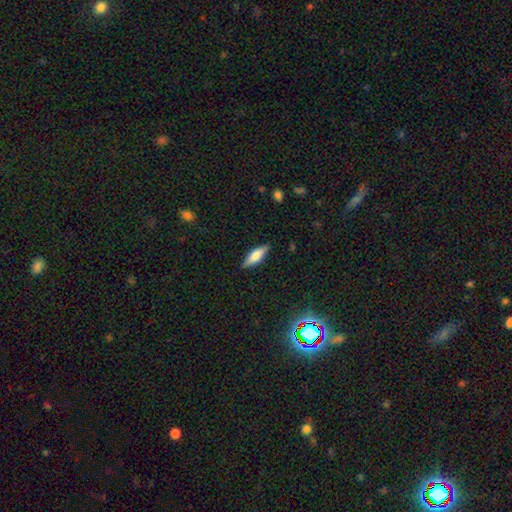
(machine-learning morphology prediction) Smooth or featured? smooth (62%)
How rounded? cigar-shaped (50%)
Merging? none (87%)